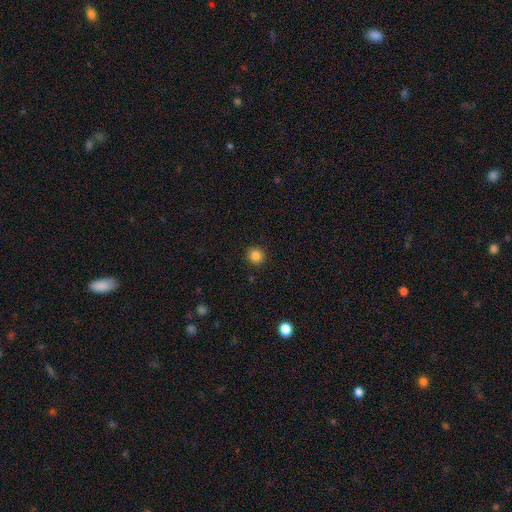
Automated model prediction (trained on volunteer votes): Smooth or featured? smooth (85%)
How rounded? round (92%)
Merging? none (92%)